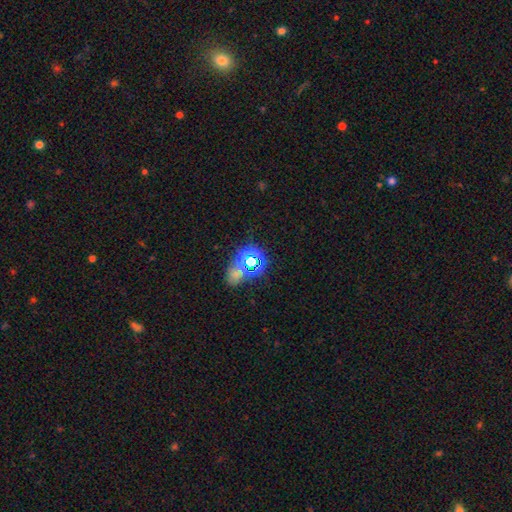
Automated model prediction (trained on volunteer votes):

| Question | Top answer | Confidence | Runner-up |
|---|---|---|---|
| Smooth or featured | star or artifact | 46% | smooth (39%) |